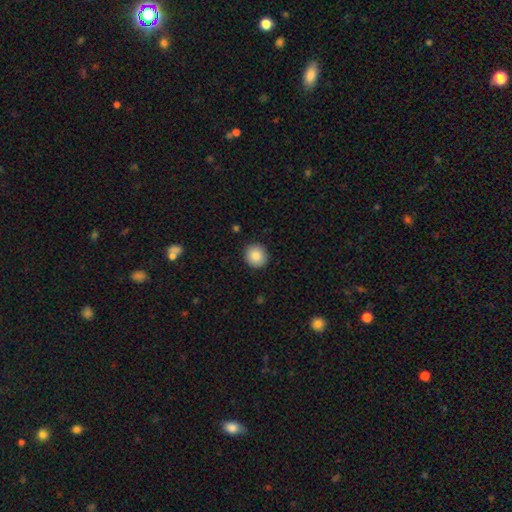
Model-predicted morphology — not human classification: The model was most divided on "smooth or featured": smooth: 87%, star or artifact: 8%, featured or disk: 5%. More confident: merging — none (91%); how rounded — round (91%).